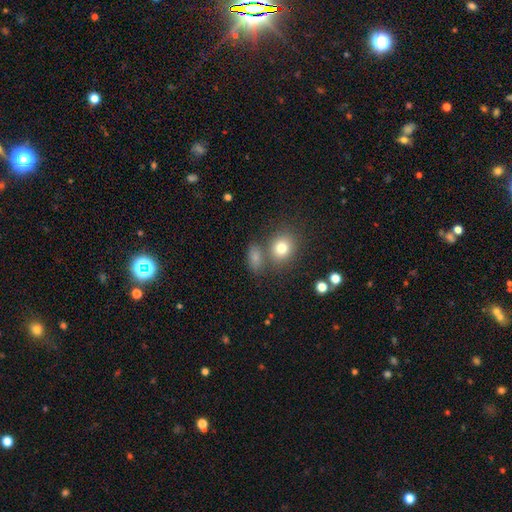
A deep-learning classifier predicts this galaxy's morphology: A smooth galaxy with no disk features (72%) that is in between round and cigar-shaped (61%).

Vote fractions:
- Smooth or featured? smooth: 72% / star or artifact: 17% / featured or disk: 11%
- How rounded? in between: 61% / round: 34% / cigar-shaped: 5%
- Merging? none: 65% / merger: 19% / minor disturbance: 12% / major disturbance: 5%